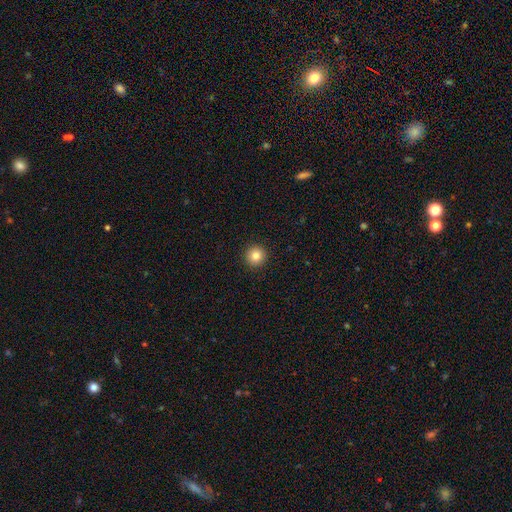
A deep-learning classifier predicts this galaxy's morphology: A smooth galaxy with no disk features (84%) that is round (95%).

Vote fractions:
- Smooth or featured? smooth: 84% / star or artifact: 10% / featured or disk: 6%
- How rounded? round: 95% / in between: 4% / cigar-shaped: 1%
- Merging? none: 93% / minor disturbance: 4% / major disturbance: 2% / merger: 1%